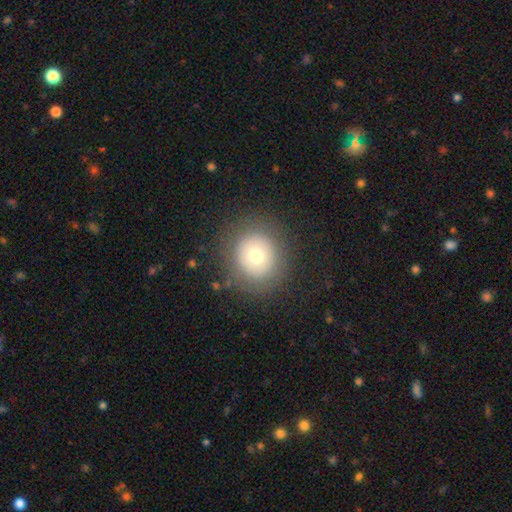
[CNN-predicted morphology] smooth 66%, featured or disk 22%, star or artifact 12%. Down the decision tree: how rounded — round (90%); merging — none (84%).